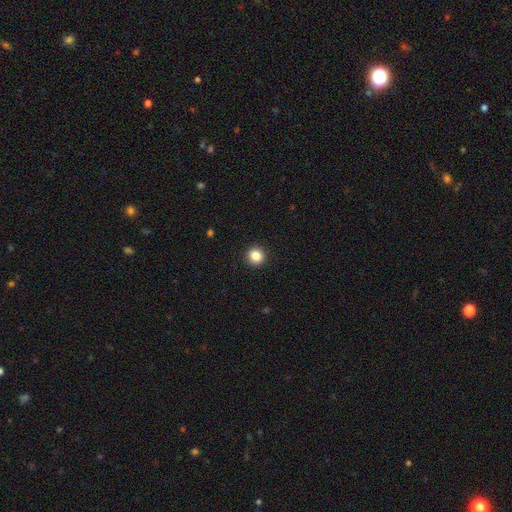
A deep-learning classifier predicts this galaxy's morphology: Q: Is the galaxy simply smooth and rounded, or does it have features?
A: smooth — 85%.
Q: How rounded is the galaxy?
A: round — 94%.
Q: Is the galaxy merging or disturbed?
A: none — 93%.